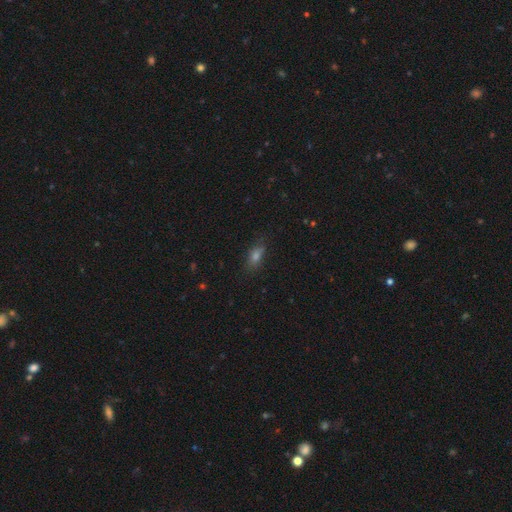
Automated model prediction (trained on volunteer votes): Overall: smooth (65%). How rounded: in between (69%). Merging: none (77%).